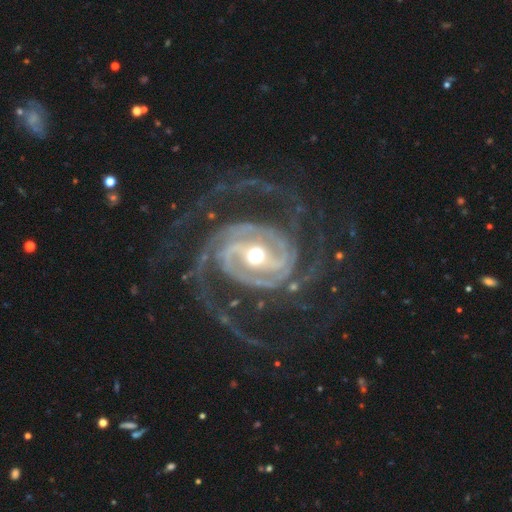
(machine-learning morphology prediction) This is clearly a featured or disk galaxy (94%). It is clearly not viewed edge-on (98%). Bar: marginally strong (39%). Spiral arm pattern: clearly yes (98%). Spiral arm count: possibly 2 (56%). Spiral winding: possibly medium (47%). Central bulge: likely moderate (70%). Merging: likely none (67%).